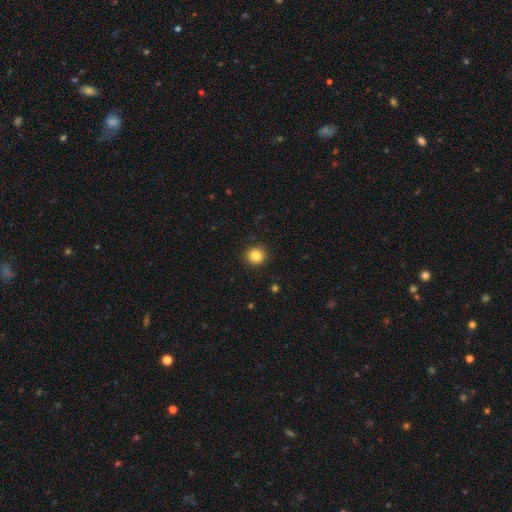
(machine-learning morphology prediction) Smooth or featured? smooth (84%)
How rounded? round (90%)
Merging? none (90%)